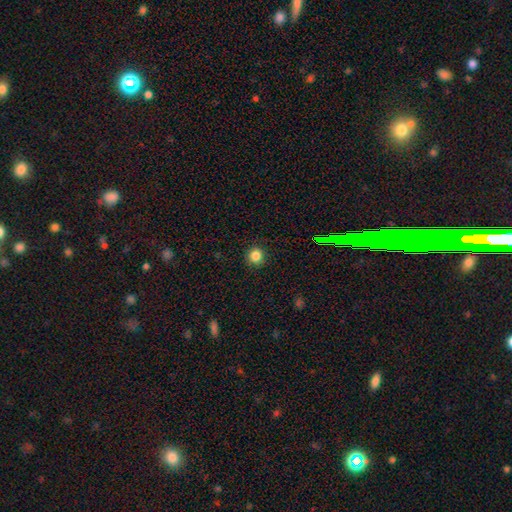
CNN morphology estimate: This appears to be a smooth galaxy with no disk features (84%) that is round (93%). Merging: none (91%).